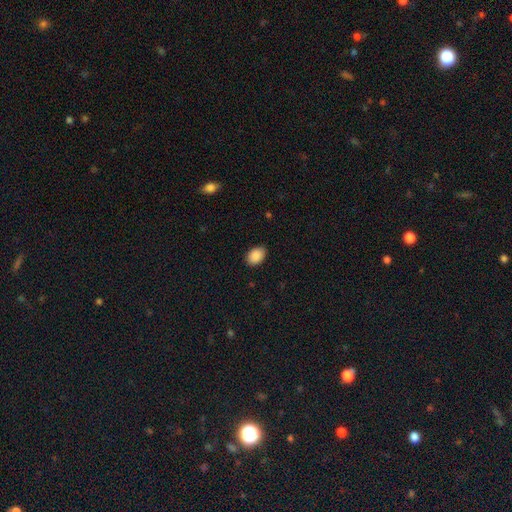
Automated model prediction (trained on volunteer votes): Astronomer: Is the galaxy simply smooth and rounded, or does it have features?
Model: smooth — 90%.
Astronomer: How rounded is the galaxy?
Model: in between — 83%.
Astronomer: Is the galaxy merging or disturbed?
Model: none — 88%.